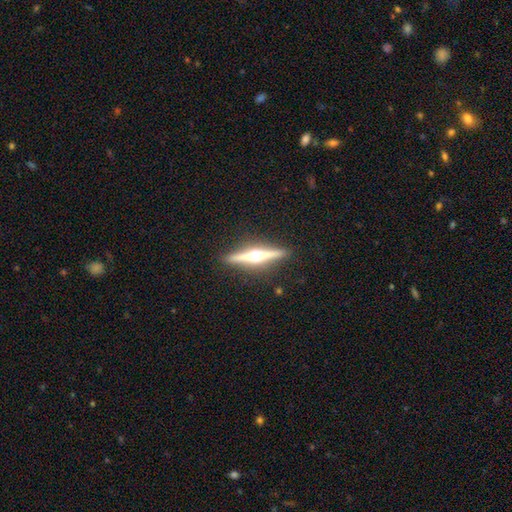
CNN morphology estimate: Smooth or featured? Predicted: featured or disk (p=0.79). Edge-on disk? Predicted: yes (p=0.98). Edge-on bulge? Predicted: rounded (p=0.96). Merging? Predicted: none (p=0.91).